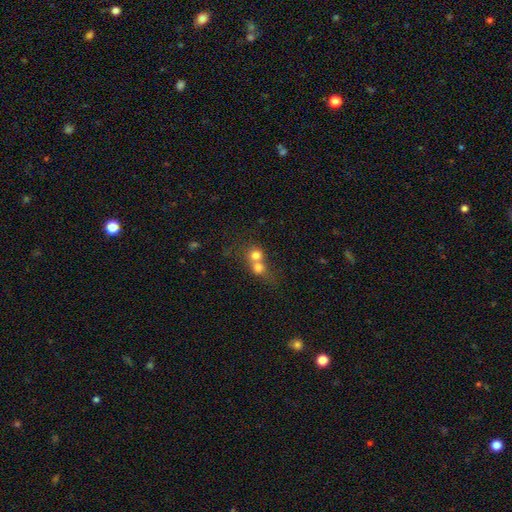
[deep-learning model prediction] This appears to be a smooth galaxy with no disk features (71%) that is round (78%). Merging: merger (70%).